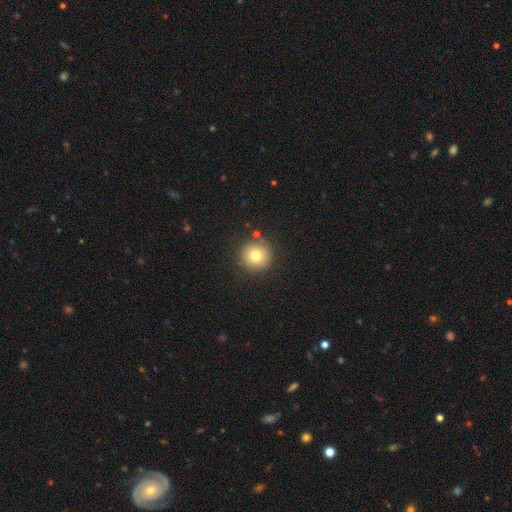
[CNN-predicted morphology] Q: Smooth or featured?
A: smooth (77%); runner-up: star or artifact (12%)
Q: How rounded?
A: round (95%); runner-up: in between (4%)
Q: Merging?
A: none (86%); runner-up: minor disturbance (8%)